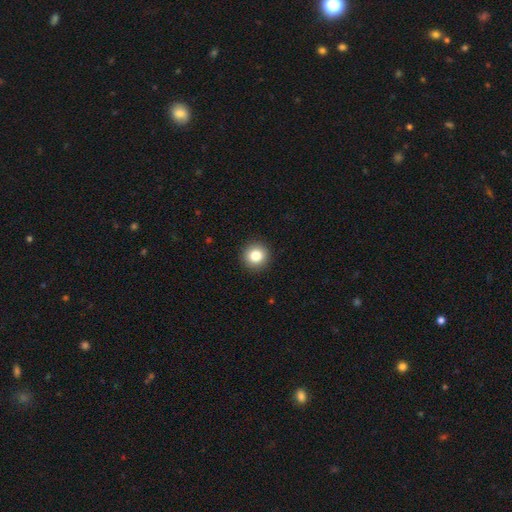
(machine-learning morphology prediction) smooth-or-featured: smooth: 83% | star or artifact: 10% | featured or disk: 7%
  how-rounded: round: 94% | in between: 5% | cigar-shaped: 1%
  merging: none: 93% | minor disturbance: 5% | major disturbance: 2% | merger: 1%